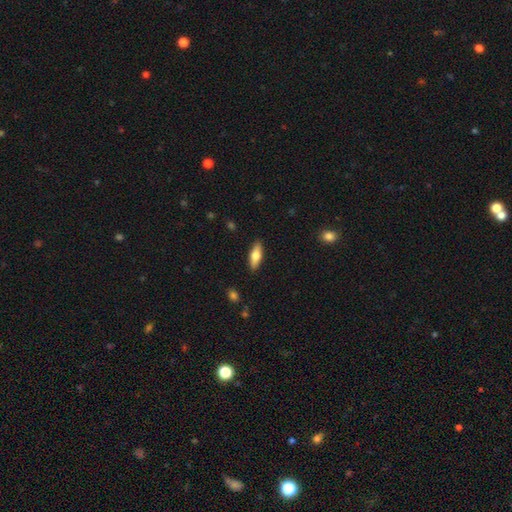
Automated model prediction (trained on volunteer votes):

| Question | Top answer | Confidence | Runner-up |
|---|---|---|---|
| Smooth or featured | smooth | 67% | featured or disk (27%) |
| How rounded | in between | 61% | cigar-shaped (37%) |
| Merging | none | 88% | minor disturbance (9%) |